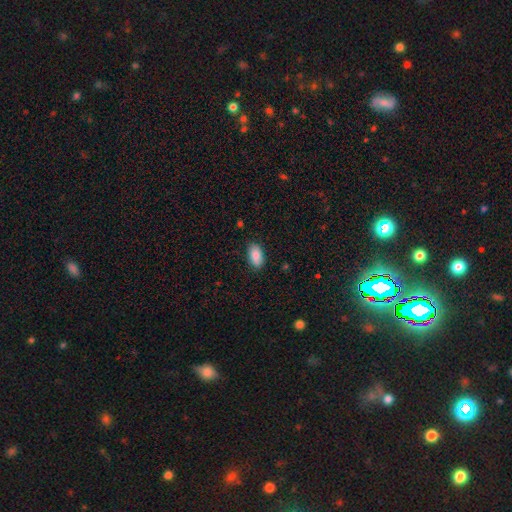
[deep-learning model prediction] smooth 87%, star or artifact 7%, featured or disk 6%. Down the decision tree: how rounded — in between (94%); merging — none (86%).